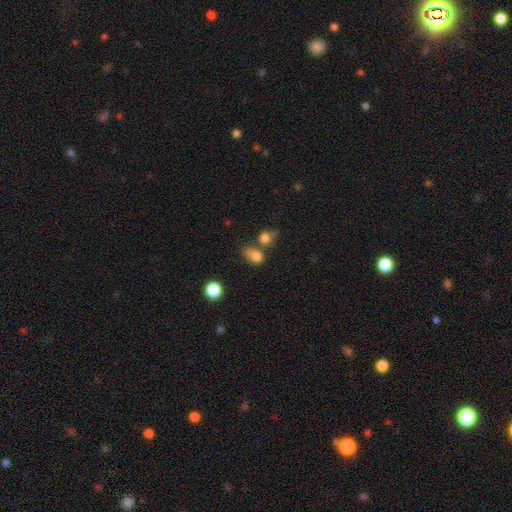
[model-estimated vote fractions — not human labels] smooth_or_featured: smooth (p=0.79) [alt: star or artifact p=0.13]
how_rounded: in between (p=0.67) [alt: round p=0.31]
merging: none (p=0.40) [alt: merger p=0.30]